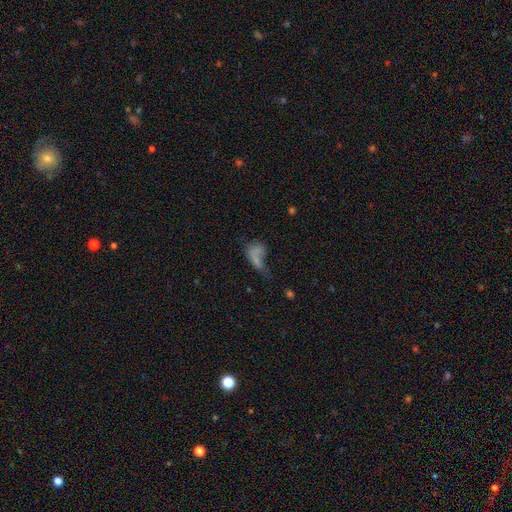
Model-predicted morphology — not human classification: Smooth or featured?
  - smooth: 61% *
  - featured or disk: 23%
  - star or artifact: 16%
How rounded?
  - in between: 80% *
  - round: 11%
  - cigar-shaped: 9%
Merging?
  - major disturbance: 42% *
  - none: 22%
  - minor disturbance: 18%
  - merger: 18%